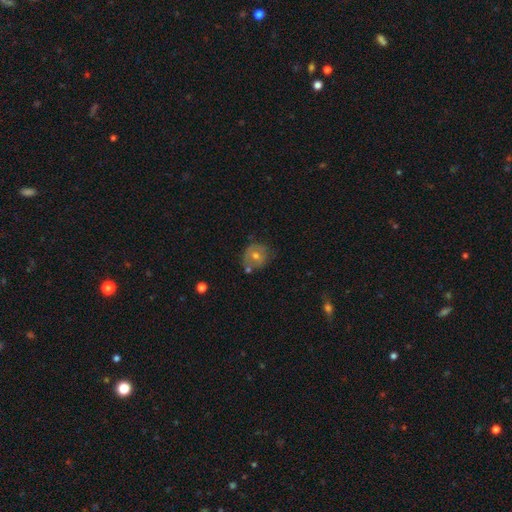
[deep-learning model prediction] smooth 52%, featured or disk 34%, star or artifact 14%. Down the decision tree: how rounded — round (85%); merging — none (67%).